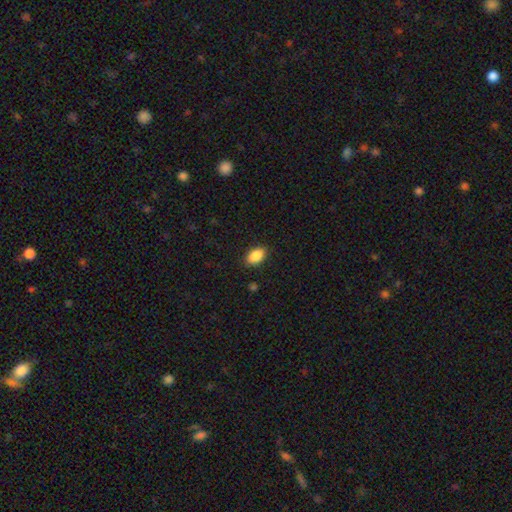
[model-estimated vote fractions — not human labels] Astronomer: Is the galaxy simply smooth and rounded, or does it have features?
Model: smooth — 89%.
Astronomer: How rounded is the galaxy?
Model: in between — 90%.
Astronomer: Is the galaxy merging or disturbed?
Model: none — 87%.